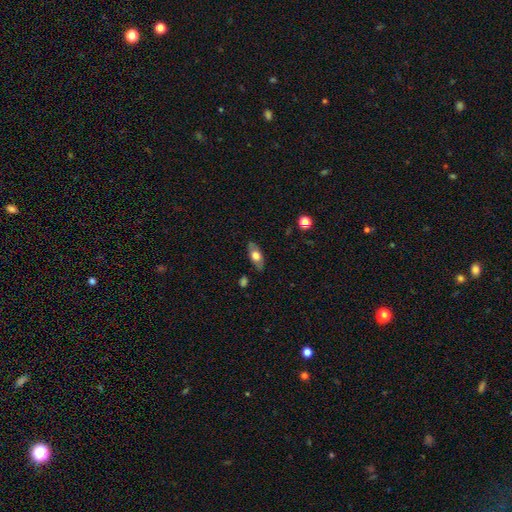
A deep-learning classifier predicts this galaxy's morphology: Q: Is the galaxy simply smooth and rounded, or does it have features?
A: smooth — 60%.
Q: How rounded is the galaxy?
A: in between — 82%.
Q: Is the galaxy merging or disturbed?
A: none — 81%.